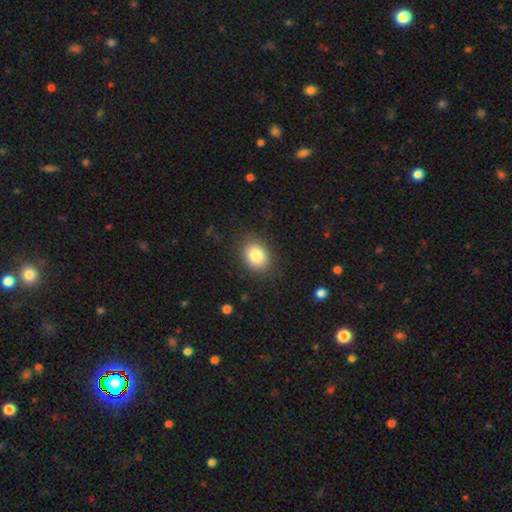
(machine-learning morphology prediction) Smooth or featured: smooth — 84% (star or artifact — 9%)
How rounded: in between — 62% (round — 37%)
Merging: none — 86% (minor disturbance — 10%)